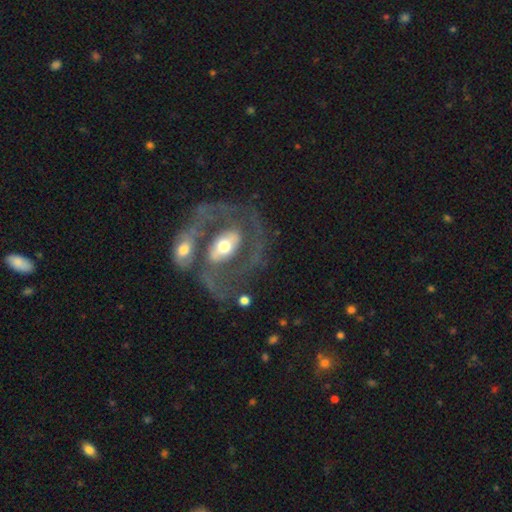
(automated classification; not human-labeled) This appears to be a featured or disk galaxy (82%) with a strong bar (35%), 2 (71%) tight (43%) spiral arms (69%) and a moderate central bulge (61%). Merging: none (43%).